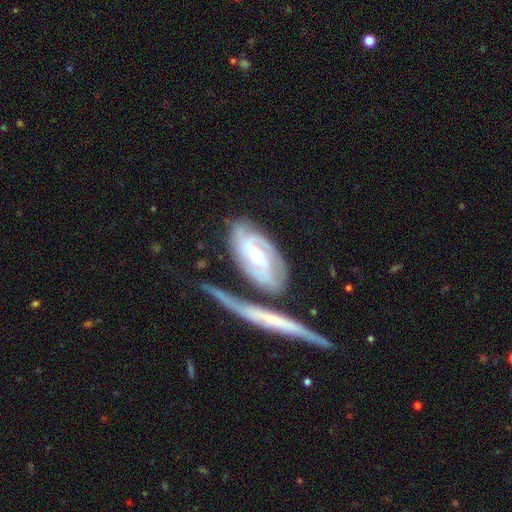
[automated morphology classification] type=featured or disk (82%); edge-on=no (91%); bar=no (49%); spiral arms=yes (96%); winding=tight (61%); arm count=2 (30%); bulge=small (64%); merging=none (47%).